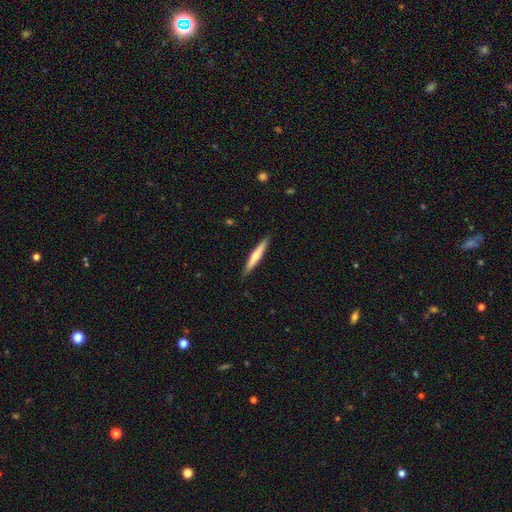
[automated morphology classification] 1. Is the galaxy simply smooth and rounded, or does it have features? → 61% smooth, 34% featured or disk, 5% star or artifact.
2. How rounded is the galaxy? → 95% cigar-shaped, 4% in between, 1% round.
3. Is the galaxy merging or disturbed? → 88% none, 9% minor disturbance, 1% major disturbance, 1% merger.